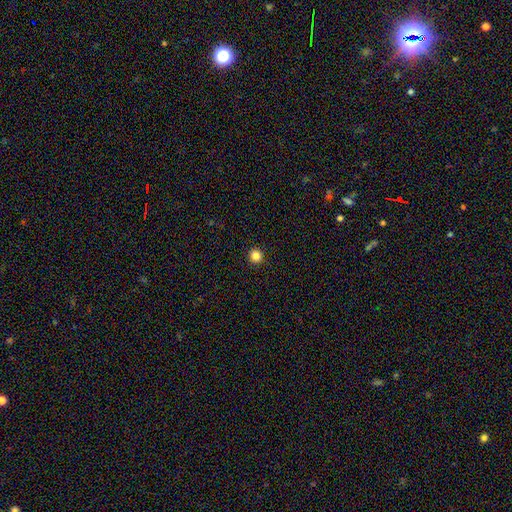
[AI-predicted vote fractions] A smooth galaxy with no disk features (84%) that is round (95%).

Vote fractions:
- Smooth or featured? smooth: 84% / star or artifact: 12% / featured or disk: 4%
- How rounded? round: 95% / in between: 4% / cigar-shaped: 1%
- Merging? none: 94% / minor disturbance: 4% / major disturbance: 1% / merger: 1%